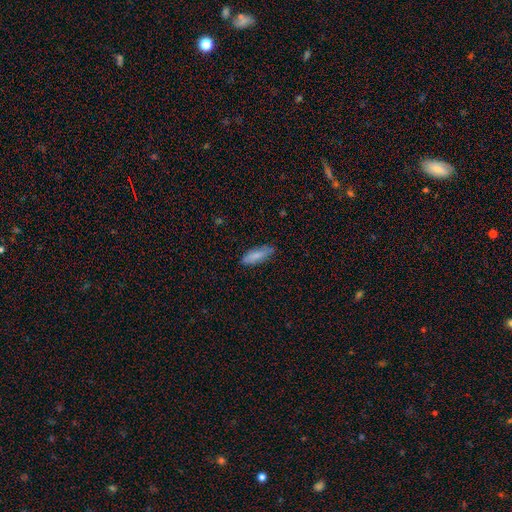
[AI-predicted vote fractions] A smooth galaxy with no disk features (80%) that is in between round and cigar-shaped (65%). Merging: none (77%).